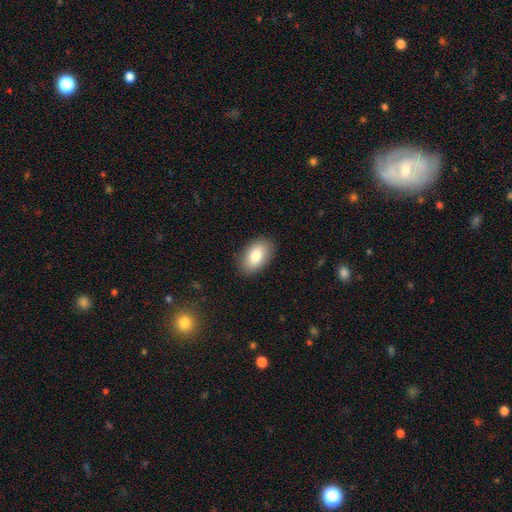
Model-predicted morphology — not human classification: Smooth or featured? smooth (82%)
How rounded? in between (92%)
Merging? none (87%)